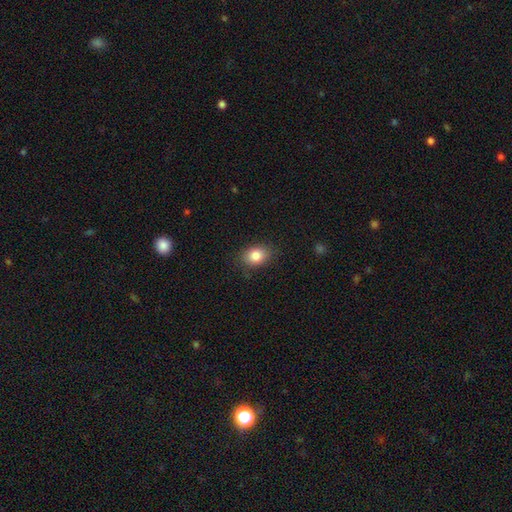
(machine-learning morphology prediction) Q: Smooth or featured?
A: smooth (84%); runner-up: star or artifact (9%)
Q: How rounded?
A: in between (69%); runner-up: round (29%)
Q: Merging?
A: none (84%); runner-up: minor disturbance (12%)